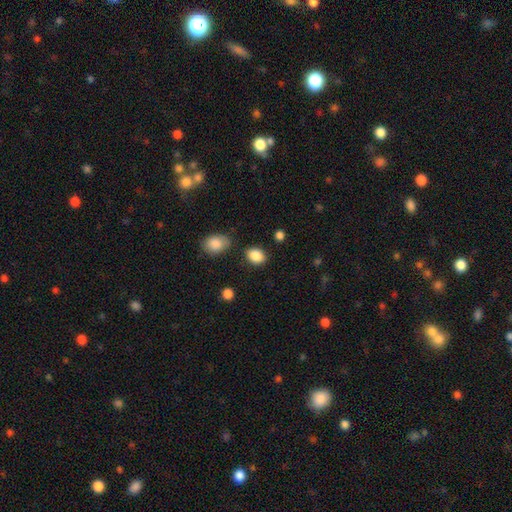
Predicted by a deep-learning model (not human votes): Smooth or featured? Predicted: smooth (p=0.87). How rounded? Predicted: in between (p=0.67). Merging? Predicted: none (p=0.79).